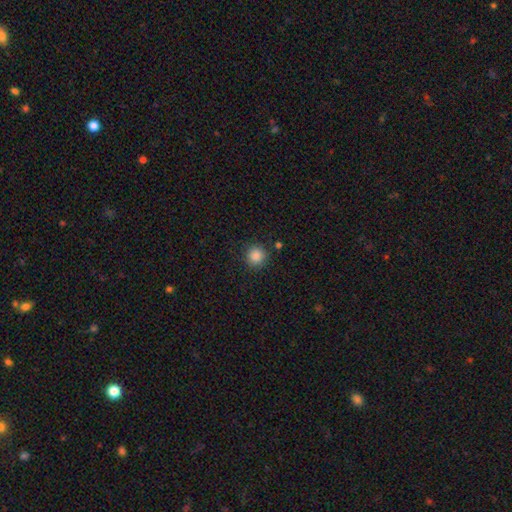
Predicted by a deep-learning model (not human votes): Q: Smooth or featured?
A: smooth (87%); runner-up: star or artifact (10%)
Q: How rounded?
A: round (94%); runner-up: in between (6%)
Q: Merging?
A: none (88%); runner-up: minor disturbance (7%)